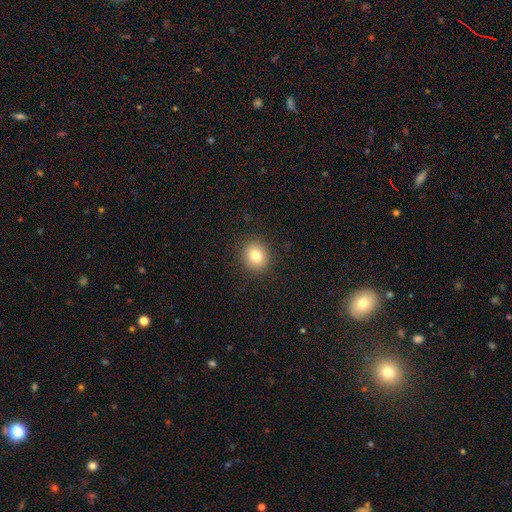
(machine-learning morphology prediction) This is likely a smooth galaxy (79%). How rounded: clearly round (81%). Merging: clearly none (90%).